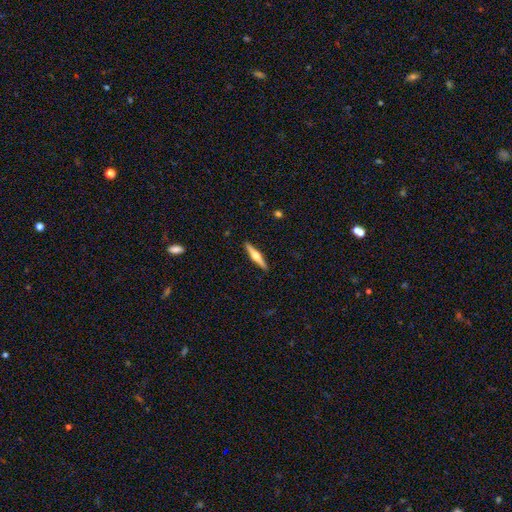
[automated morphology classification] A featured or disk galaxy (66%) viewed edge-on (98%) with a rounded central bulge (92%).

Vote fractions:
- Smooth or featured? featured or disk: 66% / smooth: 29% / star or artifact: 5%
- Edge-on disk? yes: 98% / no: 2%
- Edge-on bulge? rounded: 92% / boxy: 5% / none: 3%
- Merging? none: 92% / minor disturbance: 6% / major disturbance: 1% / merger: 1%